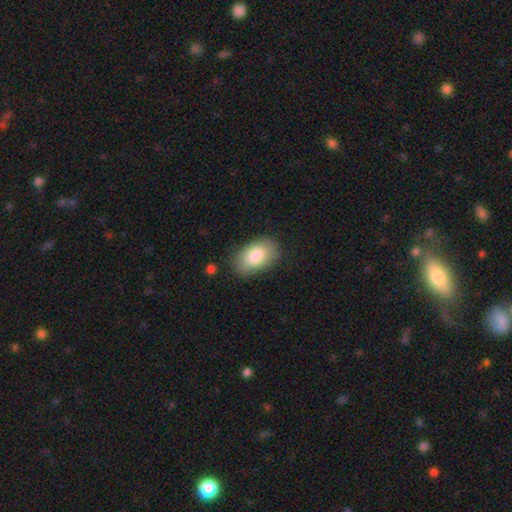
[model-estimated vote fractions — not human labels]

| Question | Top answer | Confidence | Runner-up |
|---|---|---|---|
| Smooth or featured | smooth | 82% | featured or disk (11%) |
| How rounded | in between | 92% | round (6%) |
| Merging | none | 81% | minor disturbance (14%) |